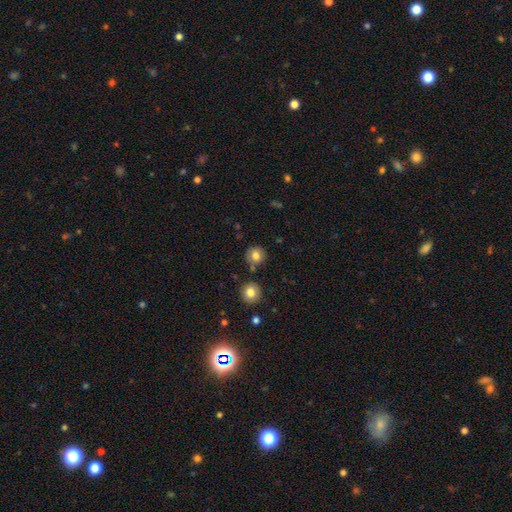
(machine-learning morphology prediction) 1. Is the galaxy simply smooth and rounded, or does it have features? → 80% smooth, 11% star or artifact, 10% featured or disk.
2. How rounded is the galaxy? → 91% round, 8% in between, 1% cigar-shaped.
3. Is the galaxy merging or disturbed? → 81% none, 10% minor disturbance, 6% merger, 3% major disturbance.